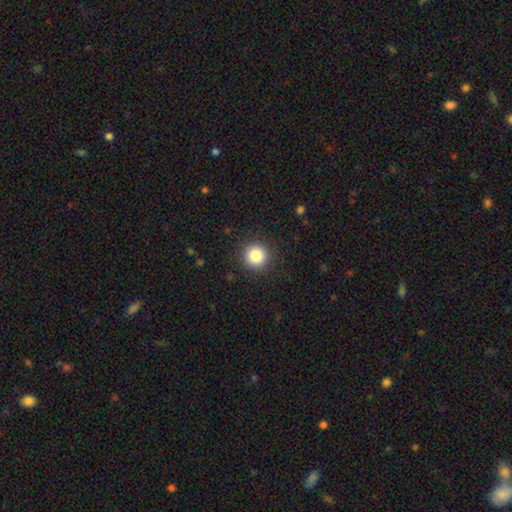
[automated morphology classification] Q: Smooth or featured?
A: smooth (85%); runner-up: star or artifact (10%)
Q: How rounded?
A: round (95%); runner-up: in between (4%)
Q: Merging?
A: none (91%); runner-up: minor disturbance (6%)